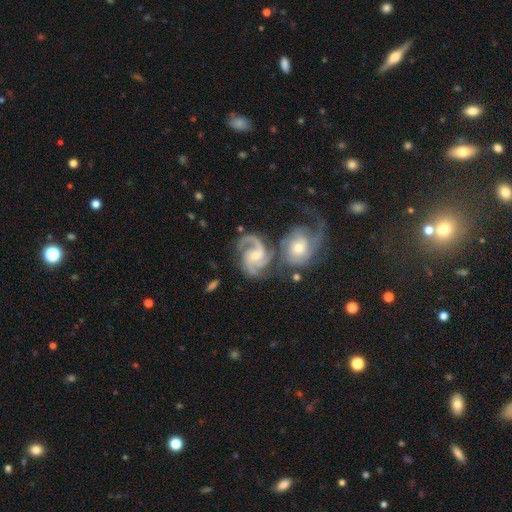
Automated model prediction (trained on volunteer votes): This appears to be a featured or disk galaxy (92%) with no bar (48%), 2 (44%) medium (59%) spiral arms (98%) and a small central bulge (51%). Merging: none (45%).